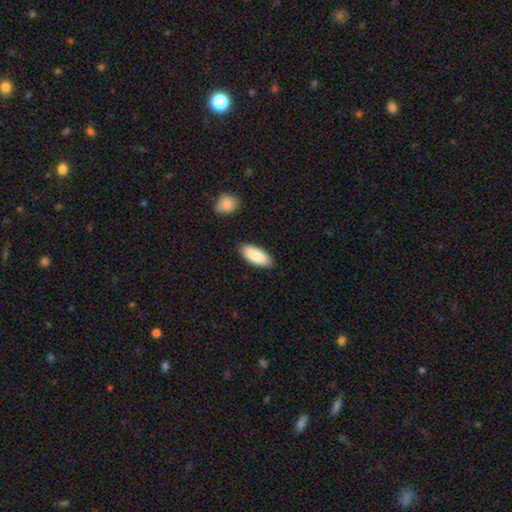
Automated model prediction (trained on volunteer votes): Smooth or featured? Predicted: smooth (p=0.86). How rounded? Predicted: in between (p=0.86). Merging? Predicted: none (p=0.85).